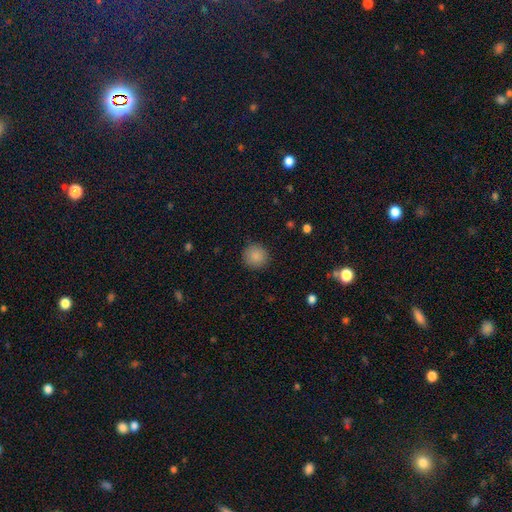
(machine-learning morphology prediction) A smooth galaxy with no disk features (87%) that is round (94%).

Vote fractions:
- Smooth or featured? smooth: 87% / star or artifact: 9% / featured or disk: 4%
- How rounded? round: 94% / in between: 6% / cigar-shaped: 1%
- Merging? none: 90% / minor disturbance: 7% / major disturbance: 2% / merger: 1%